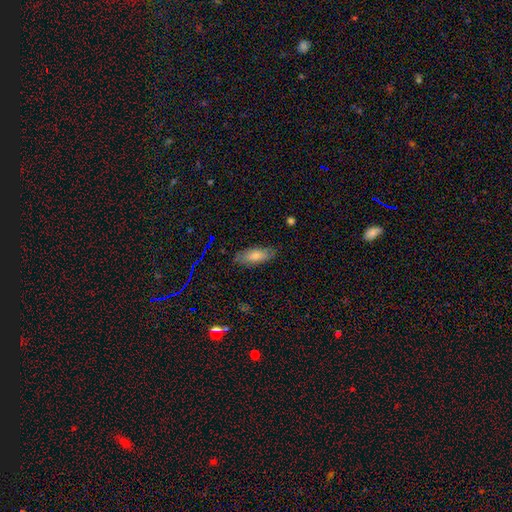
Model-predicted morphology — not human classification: smooth_or_featured: smooth (p=0.62) [alt: featured or disk p=0.26]
how_rounded: in between (p=0.69) [alt: cigar-shaped p=0.28]
merging: none (p=0.82) [alt: minor disturbance p=0.14]